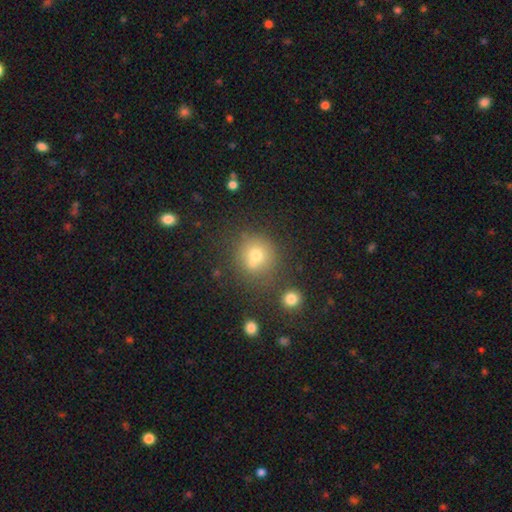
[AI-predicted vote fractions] A smooth galaxy with no disk features (70%) that is round (87%). Merging: none (62%).